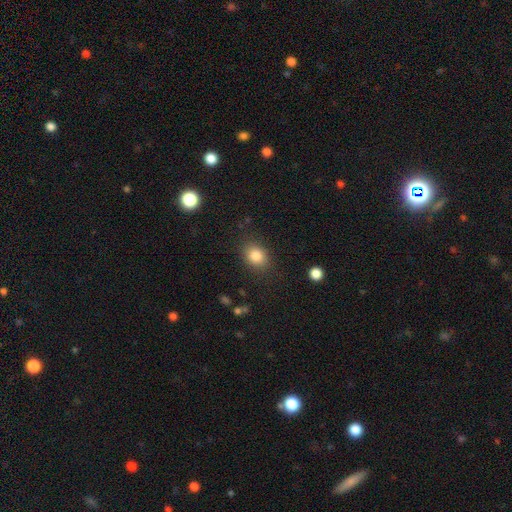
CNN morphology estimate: This is clearly a smooth galaxy (84%). How rounded: possibly round (50%). Merging: clearly none (83%).